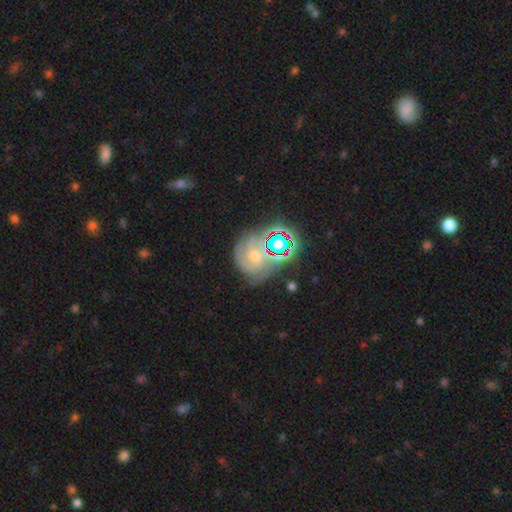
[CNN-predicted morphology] This is possibly a featured or disk galaxy (52%). It is clearly not viewed edge-on (97%). Bar: likely no (61%). Spiral arm pattern: clearly yes (87%). Central bulge: possibly moderate (45%). Merging: possibly none (57%).